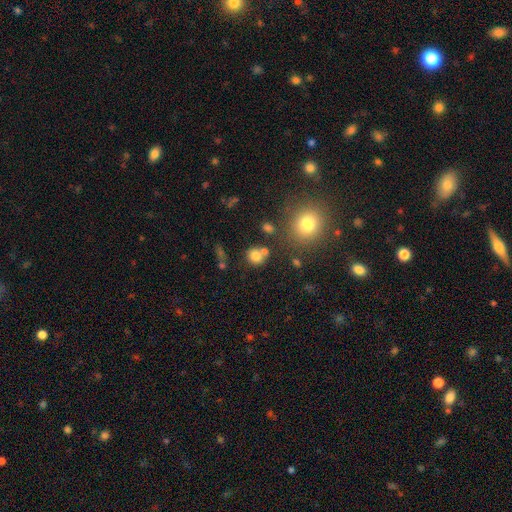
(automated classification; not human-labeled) Smooth or featured? Predicted: smooth (p=0.78). How rounded? Predicted: round (p=0.85). Merging? Predicted: none (p=0.67).